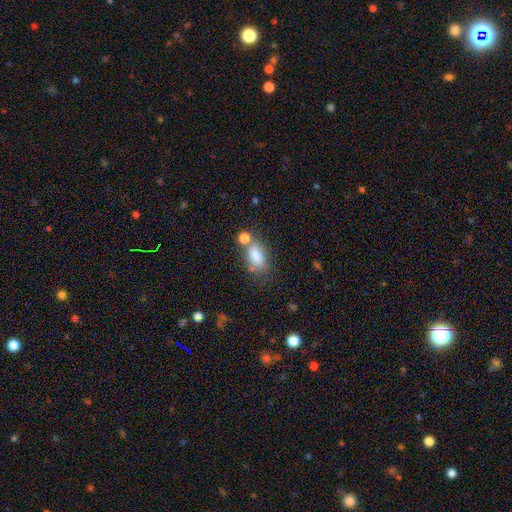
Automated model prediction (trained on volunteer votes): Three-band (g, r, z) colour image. It shows a smooth galaxy with no disk features (81%) that is in between round and cigar-shaped (85%). Merging: none (51%).